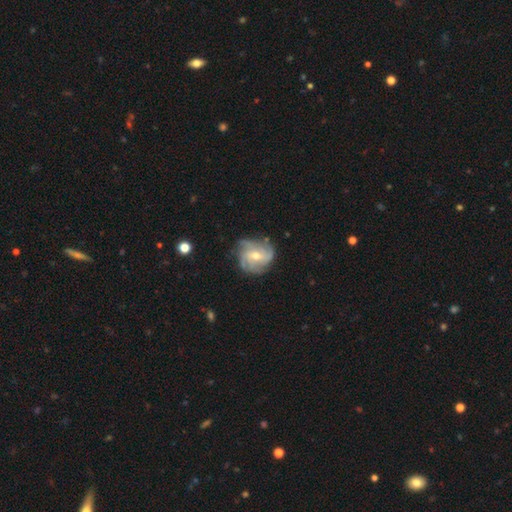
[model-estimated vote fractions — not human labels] A featured or disk galaxy (81%) with no bar (48%), 3 (30%) medium (41%) spiral arms (93%) and a moderate central bulge (56%).

Vote fractions:
- Smooth or featured? featured or disk: 81% / smooth: 12% / star or artifact: 7%
- Edge-on disk? no: 97% / yes: 3%
- Bar? no: 48% / weak: 40% / strong: 12%
- Spiral arms? yes: 93% / no: 7%
- Spiral winding? medium: 41% / tight: 40% / loose: 19%
- Spiral arm count? 3: 30% / can't tell: 23% / 4: 23% / 2: 12% / more than 4: 6% / 1: 5%
- Bulge size? moderate: 56% / small: 40% / large: 2% / none: 1% / dominant: 1%
- Merging? none: 71% / minor disturbance: 20% / major disturbance: 8% / merger: 2%